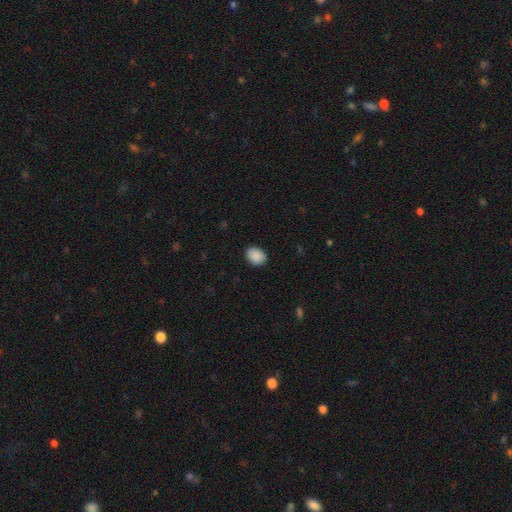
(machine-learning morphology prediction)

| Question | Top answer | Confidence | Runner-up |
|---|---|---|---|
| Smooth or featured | smooth | 90% | star or artifact (7%) |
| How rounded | in between | 65% | round (34%) |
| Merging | none | 89% | minor disturbance (8%) |